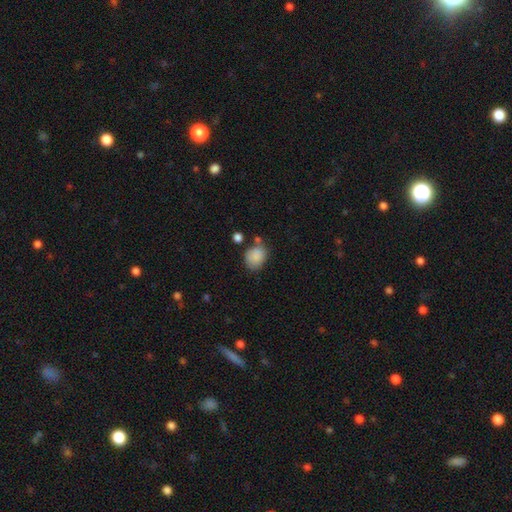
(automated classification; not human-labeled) Morphology: type=smooth (86%); roundness=round (53%); merging=none (63%).